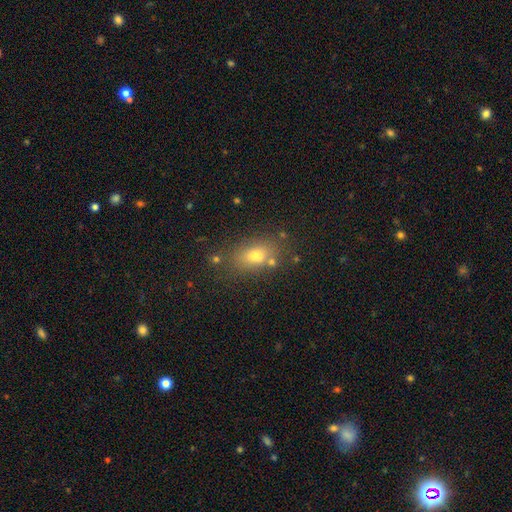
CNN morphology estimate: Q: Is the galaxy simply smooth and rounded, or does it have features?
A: smooth — 73%.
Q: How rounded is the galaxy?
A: in between — 77%.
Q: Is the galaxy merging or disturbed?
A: none — 73%.